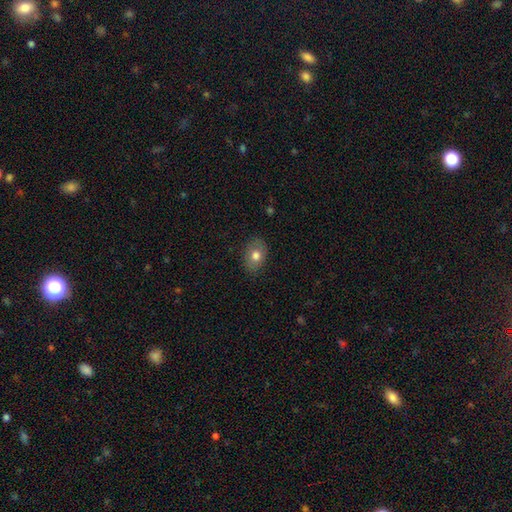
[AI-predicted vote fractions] Q: Smooth or featured?
A: smooth (75%); runner-up: featured or disk (17%)
Q: How rounded?
A: in between (76%); runner-up: round (23%)
Q: Merging?
A: none (82%); runner-up: minor disturbance (14%)